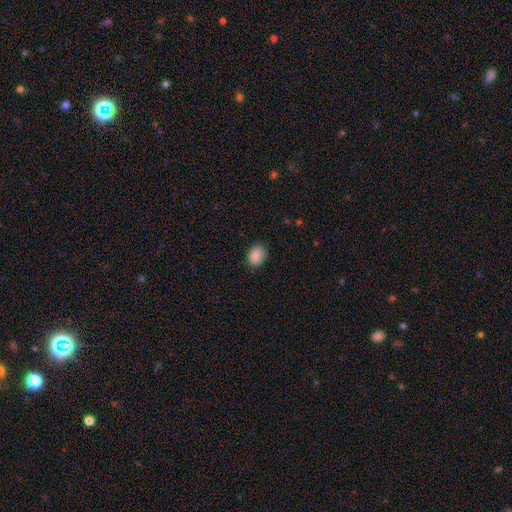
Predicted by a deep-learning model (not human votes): Smooth or featured? smooth (87%)
How rounded? in between (56%)
Merging? none (82%)